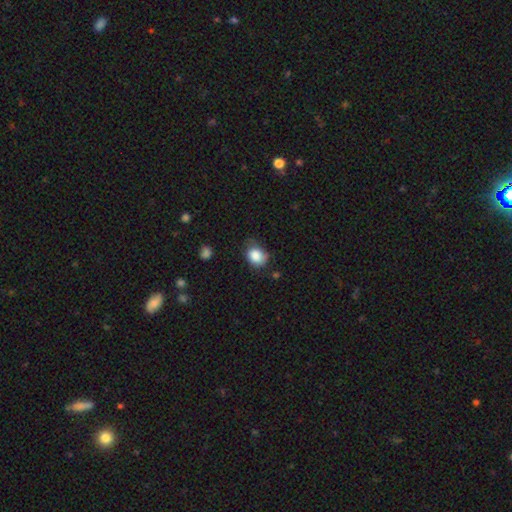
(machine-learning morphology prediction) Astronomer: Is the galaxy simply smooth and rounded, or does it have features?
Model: smooth — 85%.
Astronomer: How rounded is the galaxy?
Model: round — 56% (runner-up: in between, 43%).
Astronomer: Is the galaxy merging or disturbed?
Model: none — 56% (runner-up: minor disturbance, 33%).